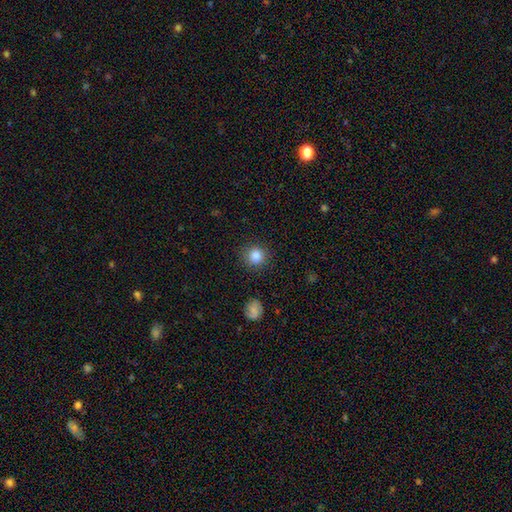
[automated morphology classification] Q: Smooth or featured?
A: smooth (85%); runner-up: star or artifact (10%)
Q: How rounded?
A: round (91%); runner-up: in between (8%)
Q: Merging?
A: none (87%); runner-up: minor disturbance (8%)